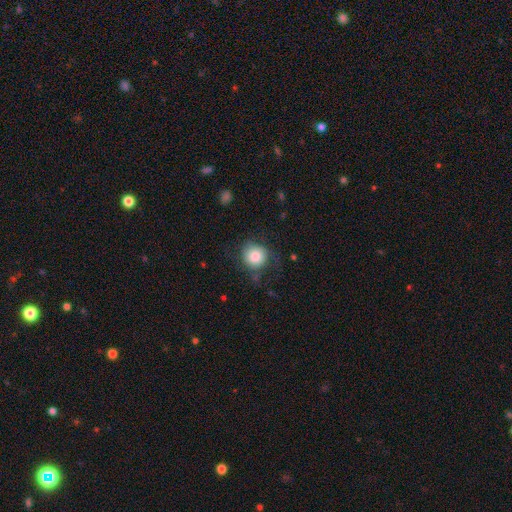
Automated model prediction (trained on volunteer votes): Smooth or featured? Predicted: smooth (p=0.81). How rounded? Predicted: round (p=0.90). Merging? Predicted: none (p=0.65).